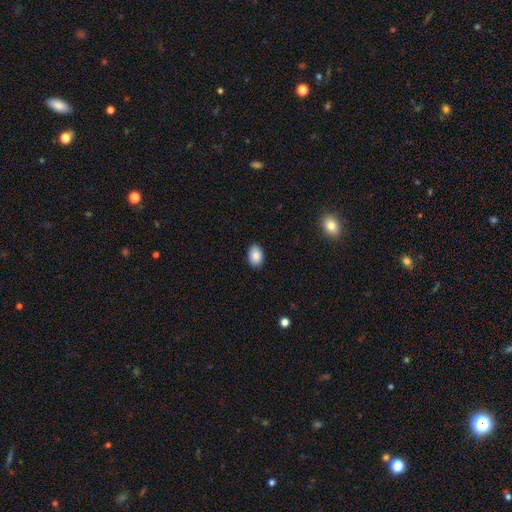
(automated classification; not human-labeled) A smooth galaxy with no disk features (88%) that is in between round and cigar-shaped (83%).

Vote fractions:
- Smooth or featured? smooth: 88% / star or artifact: 8% / featured or disk: 5%
- How rounded? in between: 83% / round: 16% / cigar-shaped: 1%
- Merging? none: 88% / minor disturbance: 9% / major disturbance: 2% / merger: 1%